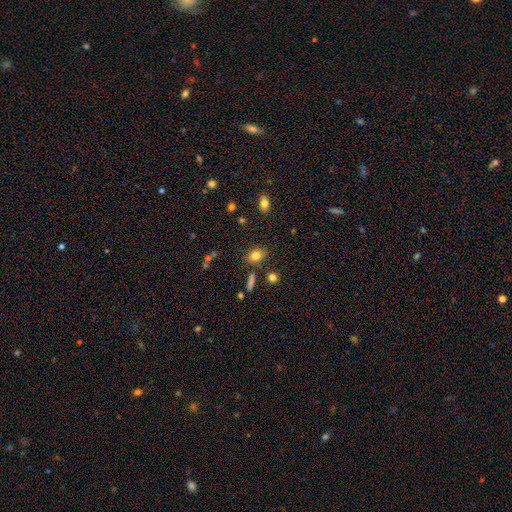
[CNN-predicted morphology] Smooth or featured? smooth (80%)
How rounded? in between (72%)
Merging? none (78%)